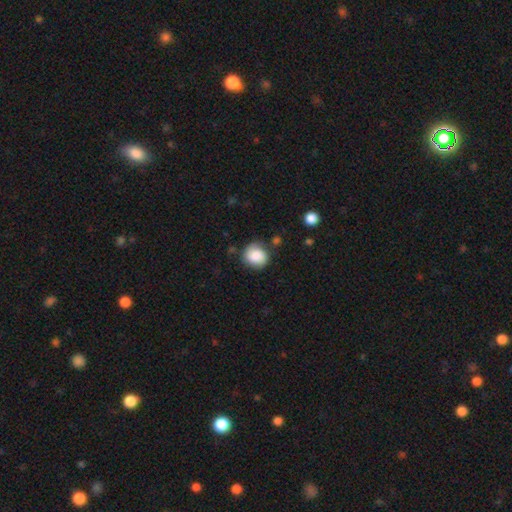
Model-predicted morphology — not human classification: The model was most divided on "merging": none: 71%, minor disturbance: 20%, major disturbance: 5%, merger: 4%. More confident: smooth or featured — smooth (82%); how rounded — round (79%).